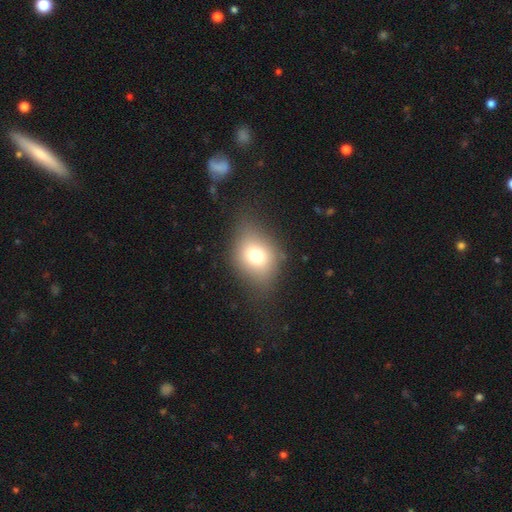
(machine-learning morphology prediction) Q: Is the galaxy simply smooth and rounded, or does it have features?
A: smooth — 72%.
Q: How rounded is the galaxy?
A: in between — 60%.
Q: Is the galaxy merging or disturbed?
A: none — 70%.